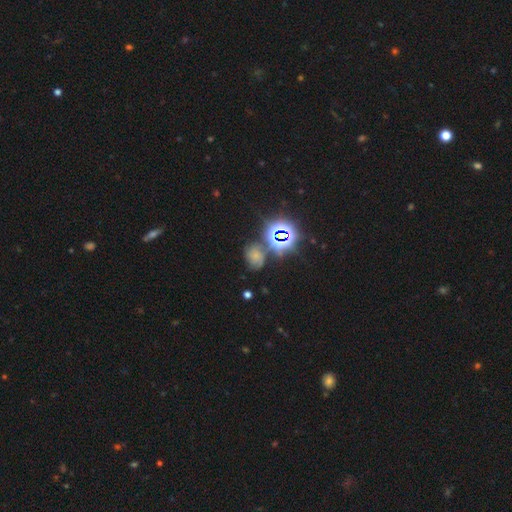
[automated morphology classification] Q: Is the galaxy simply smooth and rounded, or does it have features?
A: star or artifact — 41%.